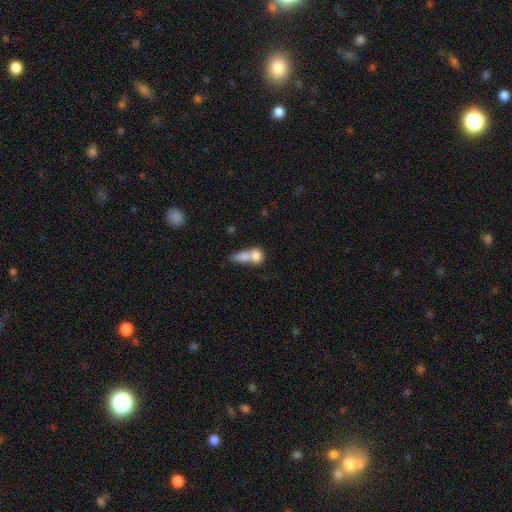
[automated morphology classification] Smooth or featured? smooth (67%)
How rounded? in between (45%)
Merging? merger (64%)